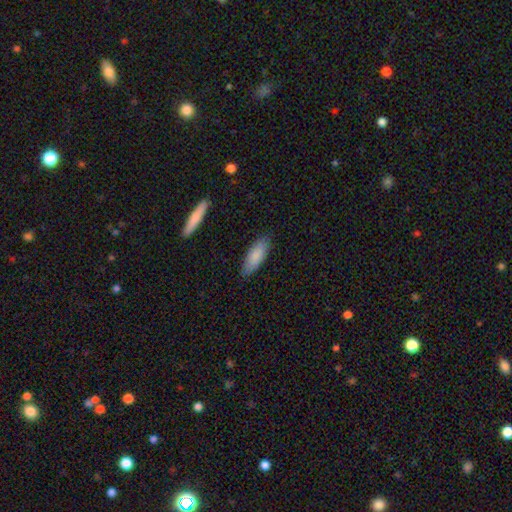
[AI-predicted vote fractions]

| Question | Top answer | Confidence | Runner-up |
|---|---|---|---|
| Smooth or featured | smooth | 85% | featured or disk (9%) |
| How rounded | in between | 65% | cigar-shaped (34%) |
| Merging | none | 85% | minor disturbance (12%) |